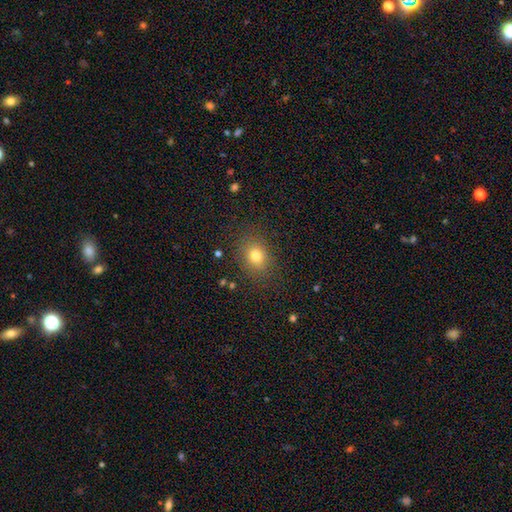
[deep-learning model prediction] The model was most divided on "how rounded": round: 50%, in between: 49%, cigar-shaped: 1%. More confident: merging — none (85%); smooth or featured — smooth (77%).